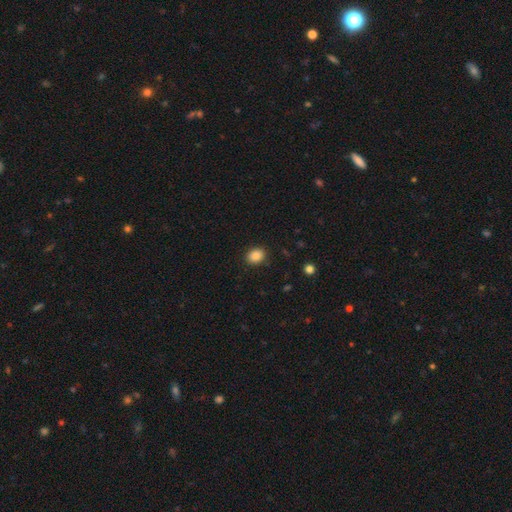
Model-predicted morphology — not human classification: smooth-or-featured: smooth: 86% | star or artifact: 9% | featured or disk: 4%
  how-rounded: in between: 50% | round: 49% | cigar-shaped: 1%
  merging: none: 89% | minor disturbance: 8% | major disturbance: 2% | merger: 1%